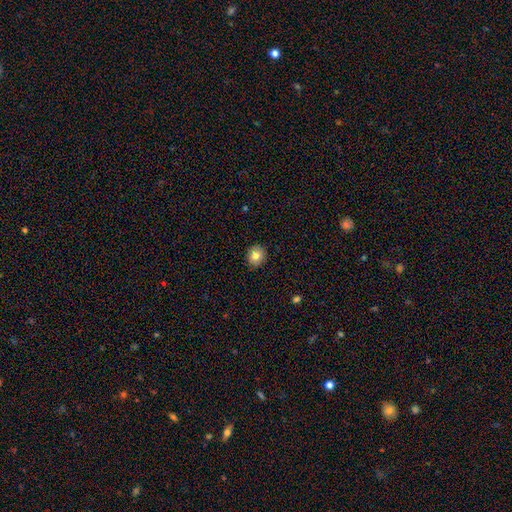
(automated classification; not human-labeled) Smooth or featured? smooth (81%)
How rounded? round (82%)
Merging? none (90%)